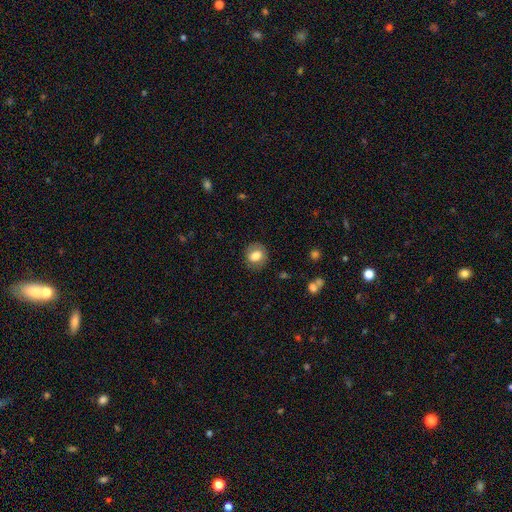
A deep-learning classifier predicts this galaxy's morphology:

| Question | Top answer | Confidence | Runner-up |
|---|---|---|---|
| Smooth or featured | smooth | 76% | featured or disk (16%) |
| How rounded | round | 69% | in between (30%) |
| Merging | none | 82% | minor disturbance (13%) |